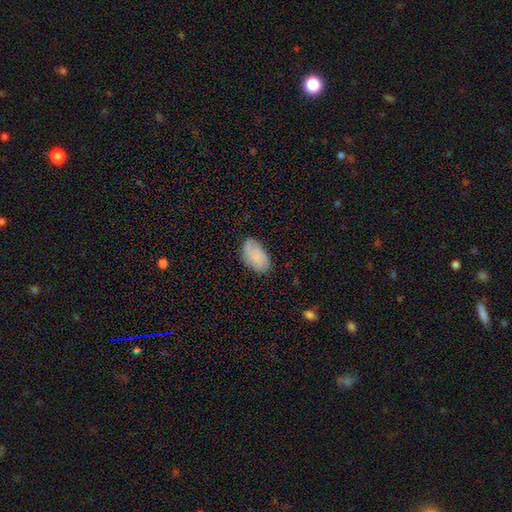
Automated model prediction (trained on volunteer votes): This is likely a smooth galaxy (73%). How rounded: clearly in between (94%). Merging: likely none (74%).